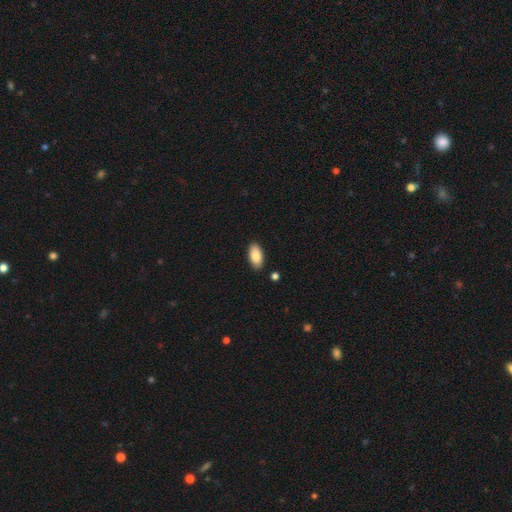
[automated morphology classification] Smooth or featured? smooth (87%)
How rounded? in between (93%)
Merging? none (88%)